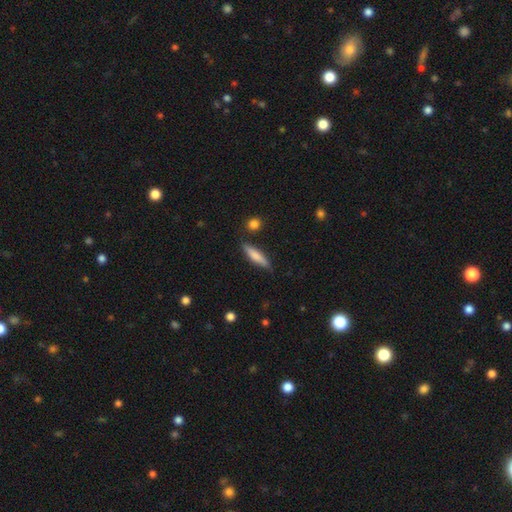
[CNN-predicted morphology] smooth 73%, featured or disk 22%, star or artifact 6%. Down the decision tree: how rounded — cigar-shaped (78%); merging — none (81%).